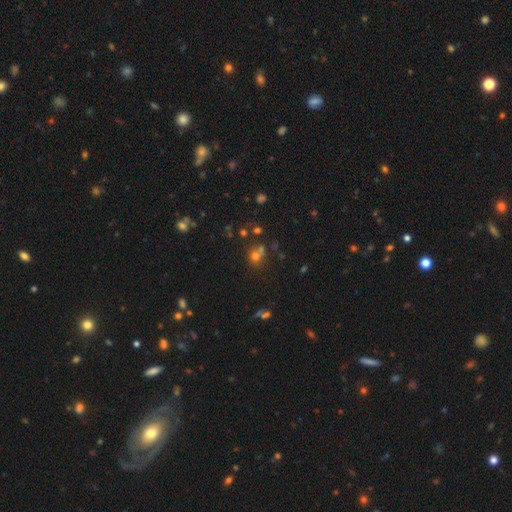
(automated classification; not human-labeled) A smooth galaxy with no disk features (60%) that is round (80%).

Vote fractions:
- Smooth or featured? smooth: 60% / star or artifact: 25% / featured or disk: 14%
- How rounded? round: 80% / in between: 19% / cigar-shaped: 1%
- Merging? none: 50% / merger: 34% / minor disturbance: 10% / major disturbance: 6%